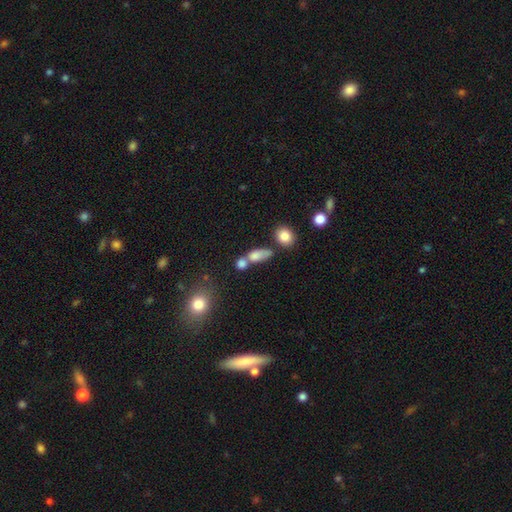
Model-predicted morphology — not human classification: Smooth or featured?
  - smooth: 72% *
  - featured or disk: 15%
  - star or artifact: 13%
How rounded?
  - in between: 62% *
  - round: 21%
  - cigar-shaped: 17%
Merging?
  - none: 45% *
  - merger: 33%
  - minor disturbance: 14%
  - major disturbance: 8%